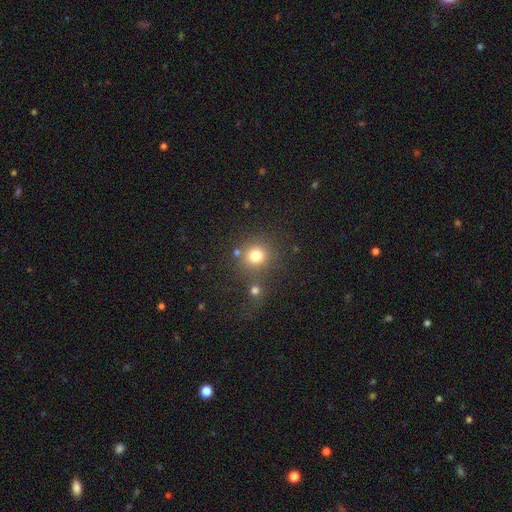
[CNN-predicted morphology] Smooth or featured?
  - smooth: 77% *
  - star or artifact: 15%
  - featured or disk: 8%
How rounded?
  - round: 91% *
  - in between: 8%
  - cigar-shaped: 1%
Merging?
  - none: 69% *
  - merger: 17%
  - minor disturbance: 9%
  - major disturbance: 5%